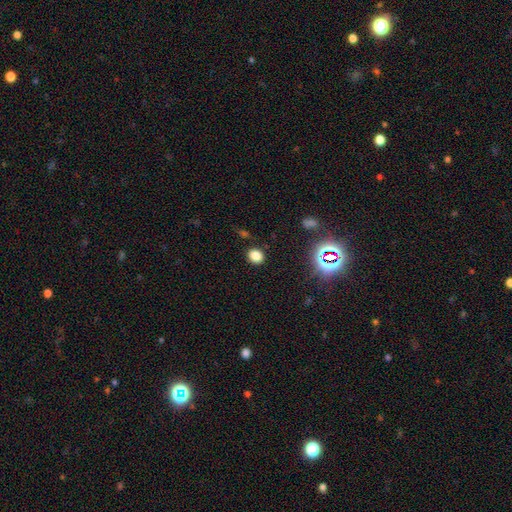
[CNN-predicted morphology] smooth_or_featured: smooth (p=0.80) [alt: star or artifact p=0.15]
how_rounded: round (p=0.62) [alt: in between p=0.37]
merging: none (p=0.86) [alt: minor disturbance p=0.09]